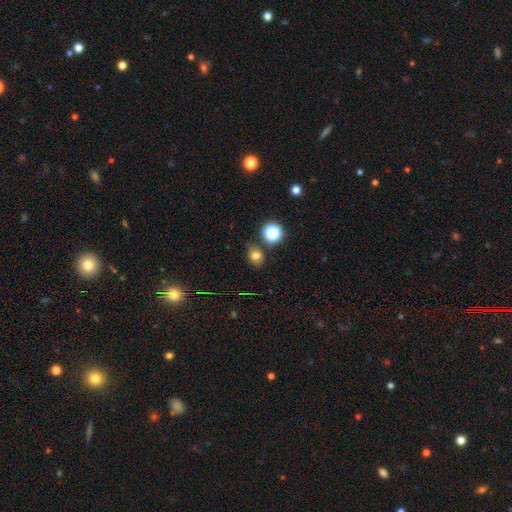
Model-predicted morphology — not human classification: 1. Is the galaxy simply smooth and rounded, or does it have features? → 73% smooth, 19% star or artifact, 9% featured or disk.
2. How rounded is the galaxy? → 54% round, 45% in between, 1% cigar-shaped.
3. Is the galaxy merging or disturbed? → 73% none, 16% minor disturbance, 7% merger, 4% major disturbance.